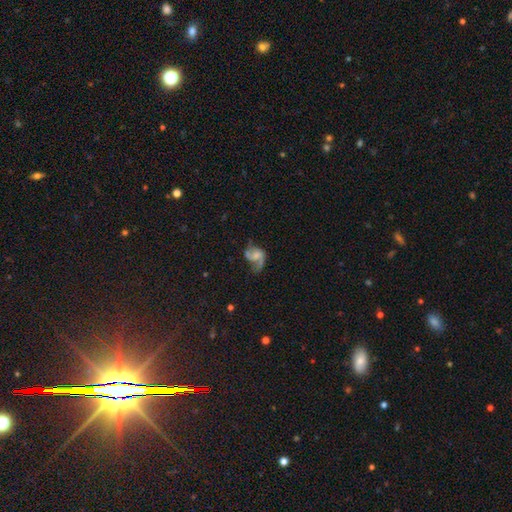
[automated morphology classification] A featured or disk galaxy (68%) with no bar (52%), 2 (74%) loose (57%) spiral arms (85%) and a small central bulge (36%).

Vote fractions:
- Smooth or featured? featured or disk: 68% / smooth: 23% / star or artifact: 9%
- Edge-on disk? no: 98% / yes: 2%
- Bar? no: 52% / weak: 38% / strong: 10%
- Spiral arms? yes: 85% / no: 15%
- Spiral winding? loose: 57% / medium: 34% / tight: 9%
- Spiral arm count? 2: 74% / 1: 17% / can't tell: 6% / 3: 1% / 4: 1% / more than 4: 1%
- Bulge size? small: 36% / none: 33% / moderate: 23% / large: 6% / dominant: 2%
- Merging? none: 39% / major disturbance: 32% / minor disturbance: 23% / merger: 6%